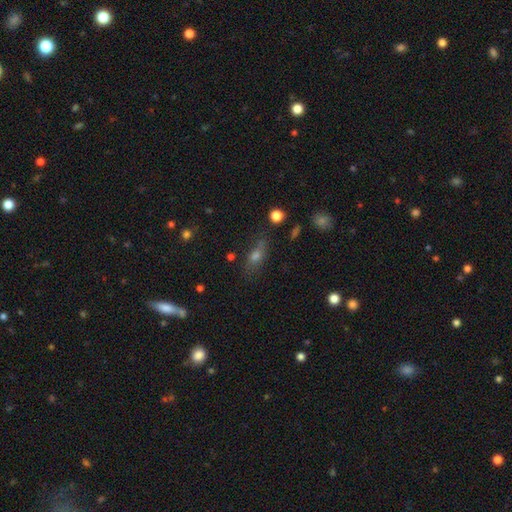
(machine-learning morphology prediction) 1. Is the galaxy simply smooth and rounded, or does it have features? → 54% smooth, 24% featured or disk, 22% star or artifact.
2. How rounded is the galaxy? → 58% in between, 27% cigar-shaped, 15% round.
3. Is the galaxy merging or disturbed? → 66% none, 20% minor disturbance, 9% major disturbance, 5% merger.